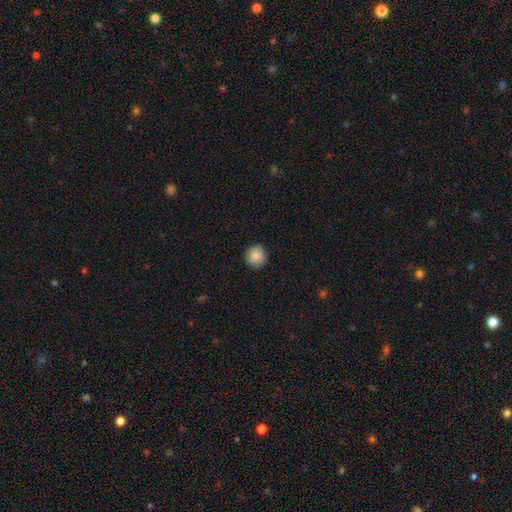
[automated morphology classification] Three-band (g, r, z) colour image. It shows a smooth galaxy with no disk features (87%) that is round (93%). Merging: none (90%).